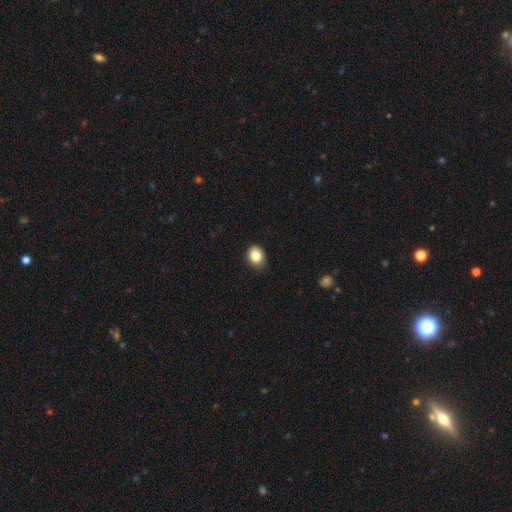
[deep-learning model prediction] Smooth or featured? Predicted: smooth (p=0.85). How rounded? Predicted: round (p=0.50). Merging? Predicted: none (p=0.82).